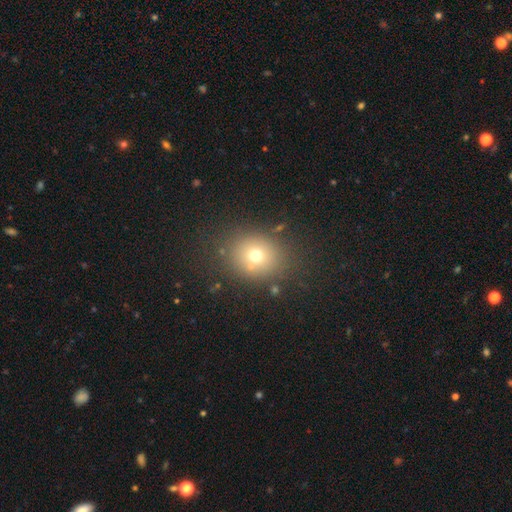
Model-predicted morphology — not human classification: Overall: smooth (68%). How rounded: round (72%). Merging: none (80%).